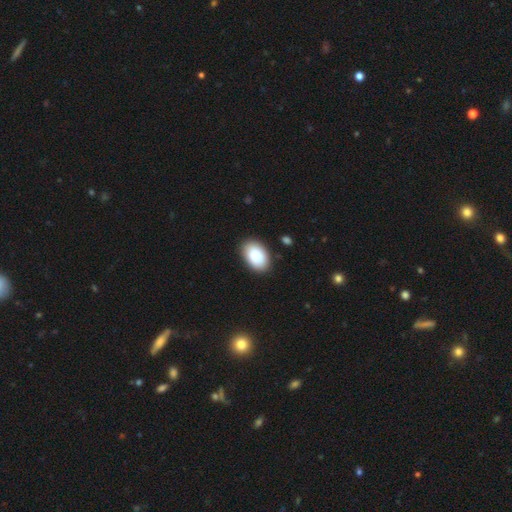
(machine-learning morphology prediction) smooth 87%, featured or disk 7%, star or artifact 6%. Down the decision tree: how rounded — in between (91%); merging — none (87%).